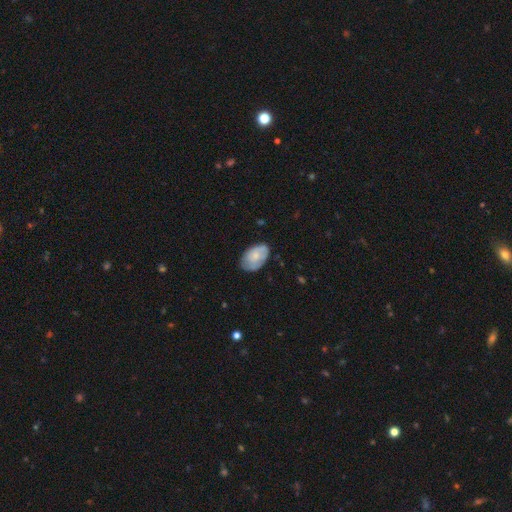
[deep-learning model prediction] The model was most divided on "smooth or featured": smooth: 63%, featured or disk: 31%, star or artifact: 6%. More confident: how rounded — in between (90%); merging — none (68%).